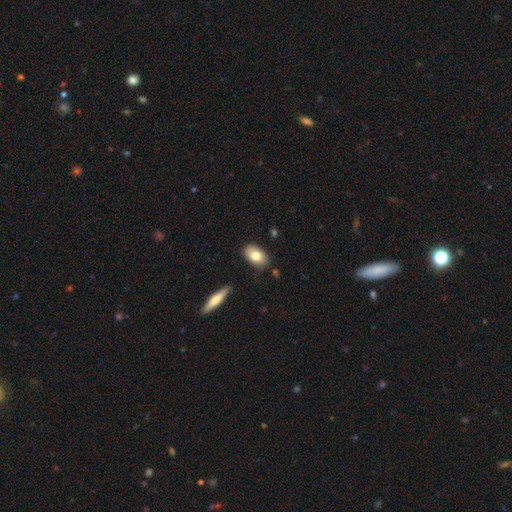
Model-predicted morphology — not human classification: The model was most divided on "smooth or featured": smooth: 78%, featured or disk: 15%, star or artifact: 7%. More confident: how rounded — in between (91%); merging — none (81%).